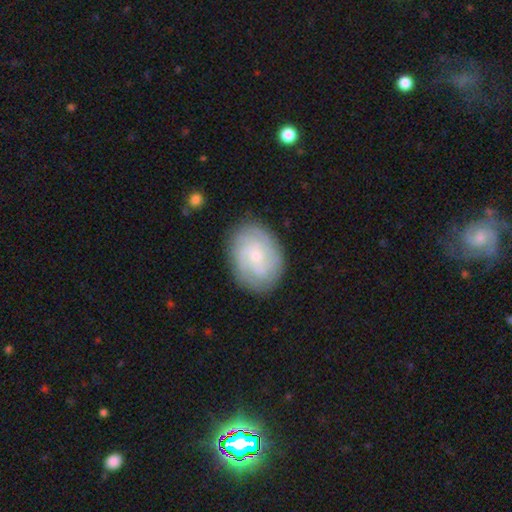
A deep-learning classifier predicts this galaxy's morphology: Overall: featured or disk (71%). Edge-on disk: no (97%). Bar: no (71%). Spiral arms: yes (94%). Spiral arm count: can't tell (32%; 3 24%). Spiral winding: tight (66%; medium 27%). Bulge size: small (74%). Merging: none (82%).